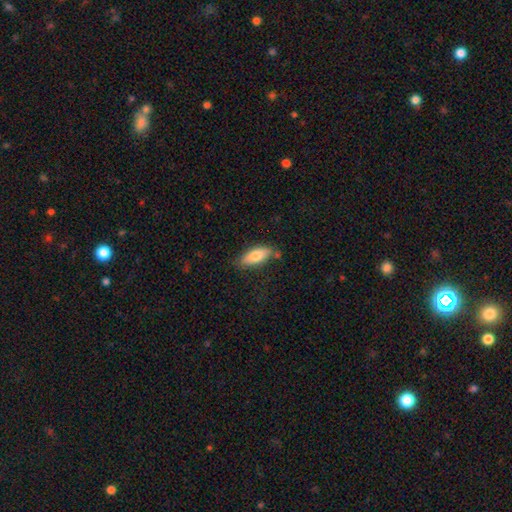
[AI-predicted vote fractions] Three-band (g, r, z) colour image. It shows a smooth galaxy with no disk features (78%) that is in between round and cigar-shaped (76%). Merging: none (73%).